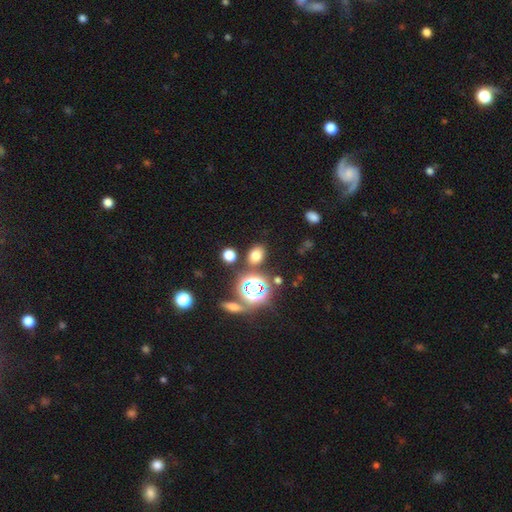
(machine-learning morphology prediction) Overall: smooth (69%). How rounded: in between (62%; round 36%). Merging: none (80%).